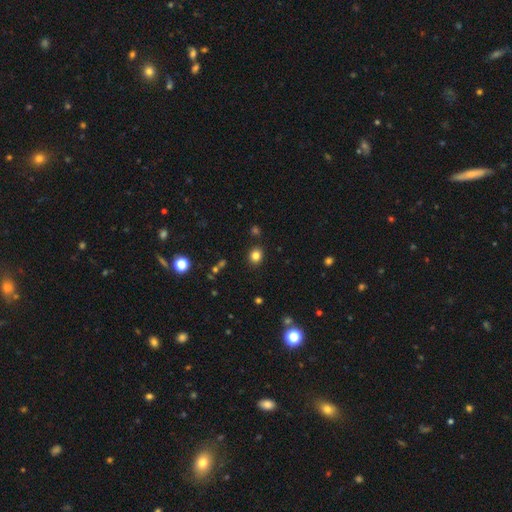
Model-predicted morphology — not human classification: A smooth galaxy with no disk features (82%) that is round (70%).

Vote fractions:
- Smooth or featured? smooth: 82% / star or artifact: 13% / featured or disk: 5%
- How rounded? round: 70% / in between: 29% / cigar-shaped: 1%
- Merging? none: 88% / minor disturbance: 7% / major disturbance: 2% / merger: 2%